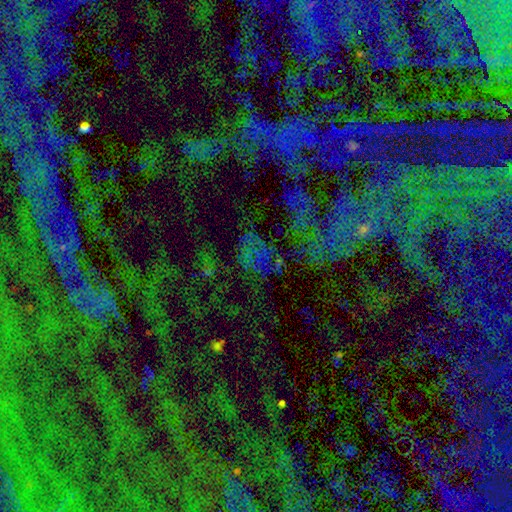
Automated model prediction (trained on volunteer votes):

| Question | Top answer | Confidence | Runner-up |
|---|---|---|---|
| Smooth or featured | star or artifact | 67% | smooth (20%) |